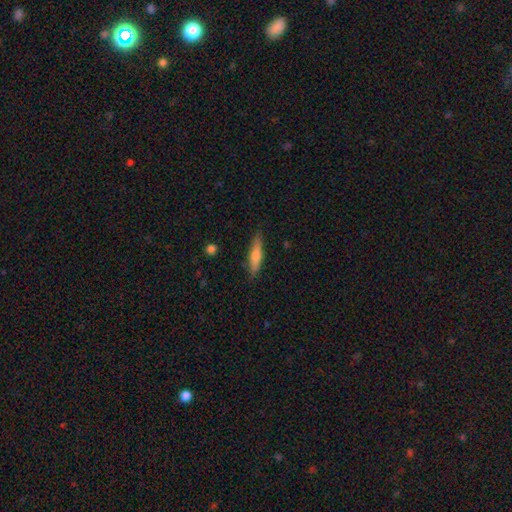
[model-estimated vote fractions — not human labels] A smooth galaxy with no disk features (56%) that is cigar-shaped (83%).

Vote fractions:
- Smooth or featured? smooth: 56% / featured or disk: 38% / star or artifact: 6%
- How rounded? cigar-shaped: 83% / in between: 15% / round: 2%
- Merging? none: 87% / minor disturbance: 9% / major disturbance: 2% / merger: 1%